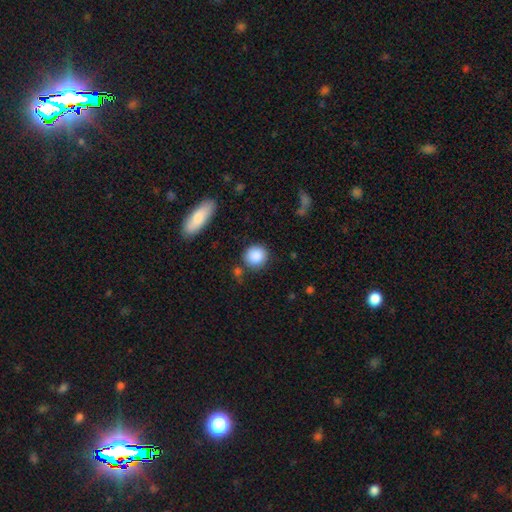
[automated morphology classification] smooth 88%, star or artifact 8%, featured or disk 5%. Down the decision tree: how rounded — round (87%); merging — none (80%).